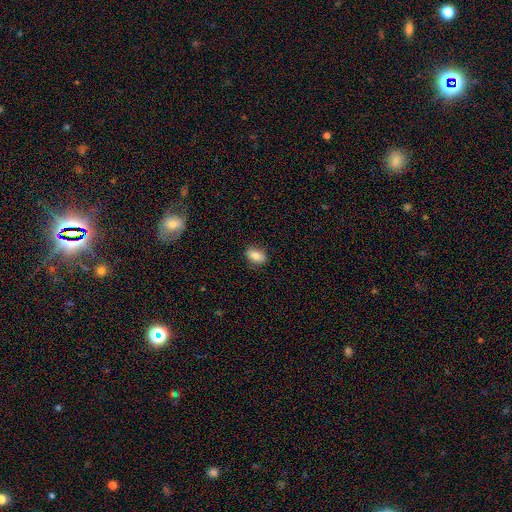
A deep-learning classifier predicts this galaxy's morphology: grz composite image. It shows a smooth galaxy with no disk features (82%) that is in between round and cigar-shaped (83%). Merging: none (85%).